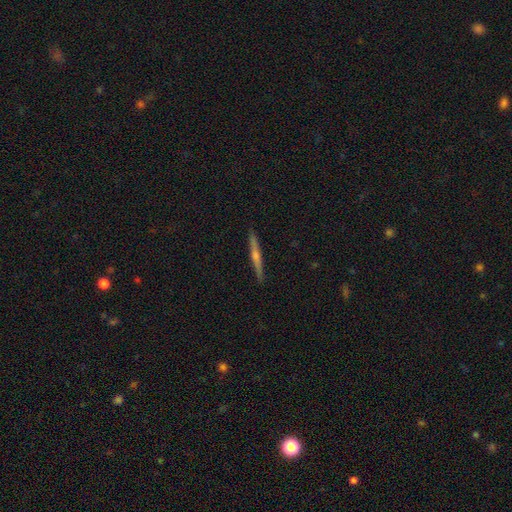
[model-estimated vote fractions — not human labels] This appears to be a featured or disk galaxy (64%) viewed edge-on (96%) with a rounded central bulge (70%). Merging: none (90%).